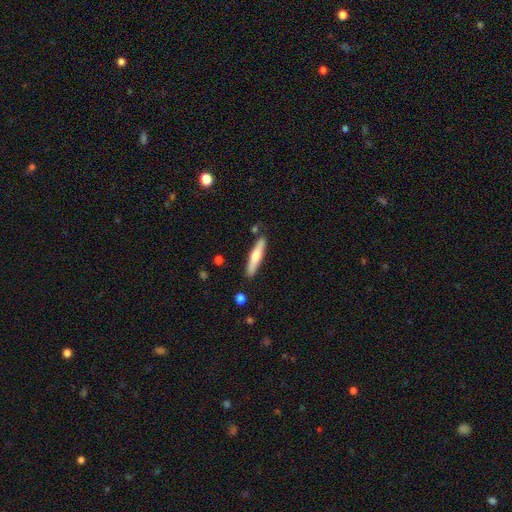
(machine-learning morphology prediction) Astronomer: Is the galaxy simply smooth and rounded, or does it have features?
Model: smooth — 54% (runner-up: featured or disk, 41%).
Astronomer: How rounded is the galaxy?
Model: cigar-shaped — 88%.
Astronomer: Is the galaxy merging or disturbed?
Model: none — 85%.